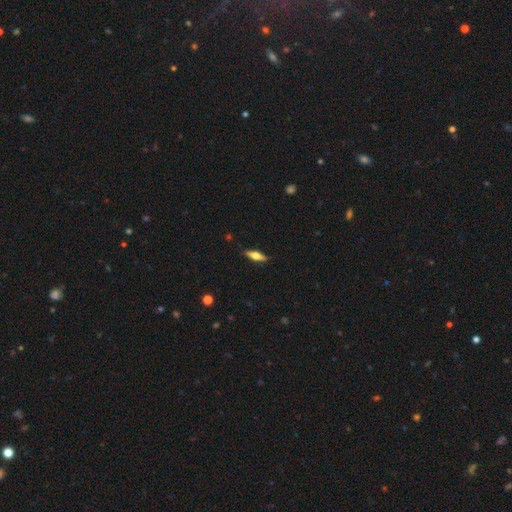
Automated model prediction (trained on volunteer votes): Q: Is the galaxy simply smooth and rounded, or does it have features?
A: featured or disk — 53%.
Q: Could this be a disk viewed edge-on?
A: yes — 94%.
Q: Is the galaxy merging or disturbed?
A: none — 88%.